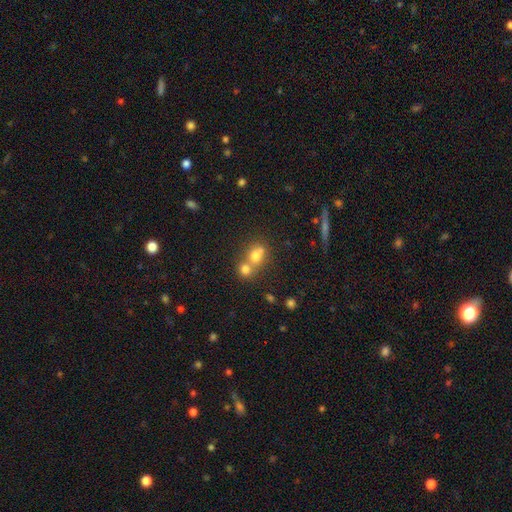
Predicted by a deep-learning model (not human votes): Overall: smooth (72%). How rounded: round (62%; in between 37%). Merging: merger (60%; none 30%).